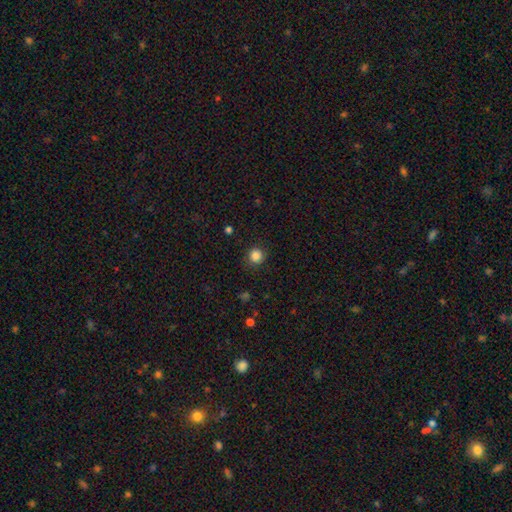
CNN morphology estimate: A smooth galaxy with no disk features (85%) that is round (93%).

Vote fractions:
- Smooth or featured? smooth: 85% / star or artifact: 11% / featured or disk: 4%
- How rounded? round: 93% / in between: 6% / cigar-shaped: 1%
- Merging? none: 87% / minor disturbance: 9% / major disturbance: 3% / merger: 1%